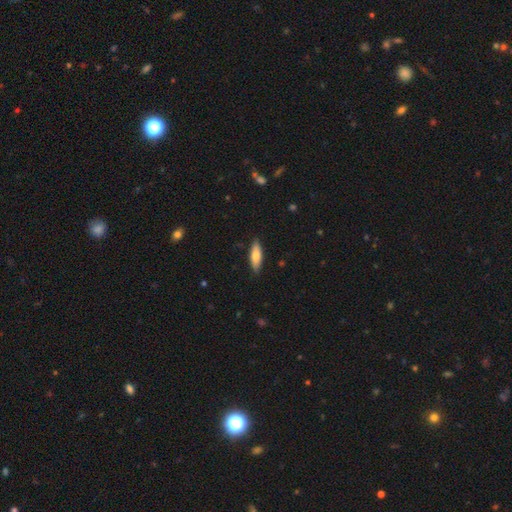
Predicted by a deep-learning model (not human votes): This is likely a smooth galaxy (72%). How rounded: possibly in between (51%). Merging: clearly none (87%).